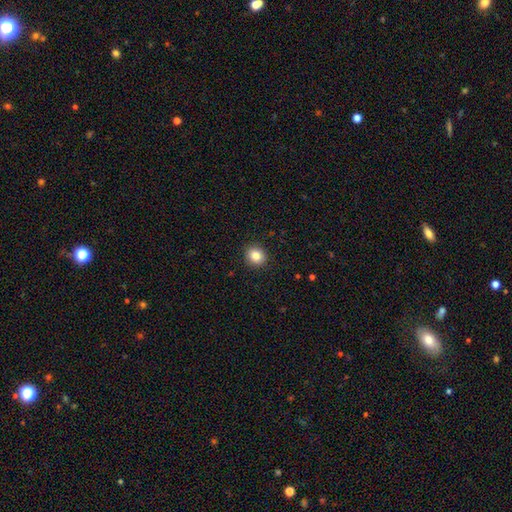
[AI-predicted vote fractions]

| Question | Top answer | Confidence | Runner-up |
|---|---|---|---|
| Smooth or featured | smooth | 85% | star or artifact (10%) |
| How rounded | round | 84% | in between (15%) |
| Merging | none | 92% | minor disturbance (5%) |